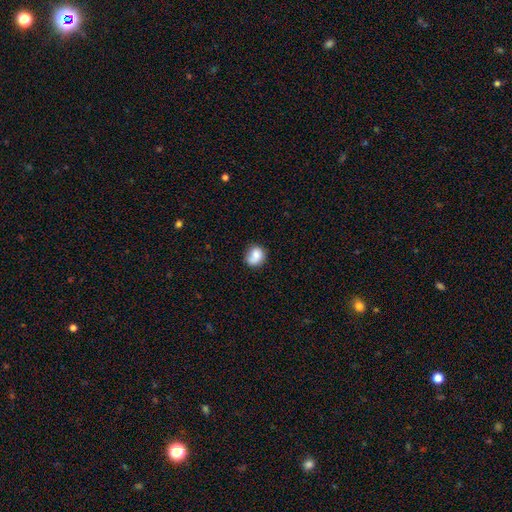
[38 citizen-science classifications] Smooth or featured: smooth — 82% (featured or disk — 11%)
How rounded: round — 52% (in between — 48%)
Merging: none — 49% (minor disturbance — 34%)